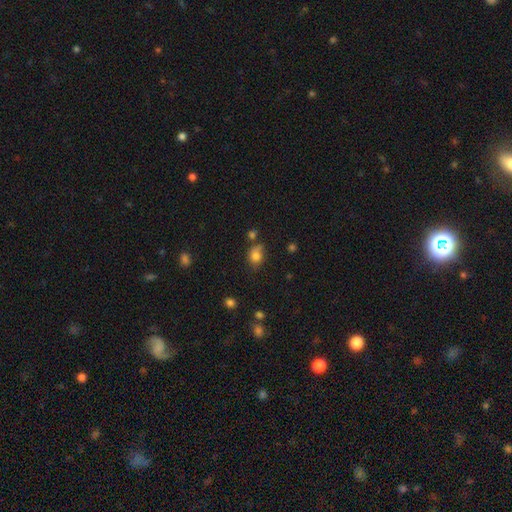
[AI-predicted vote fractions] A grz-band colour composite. It shows a smooth galaxy with no disk features (79%) that is in between round and cigar-shaped (56%). Merging: none (60%).